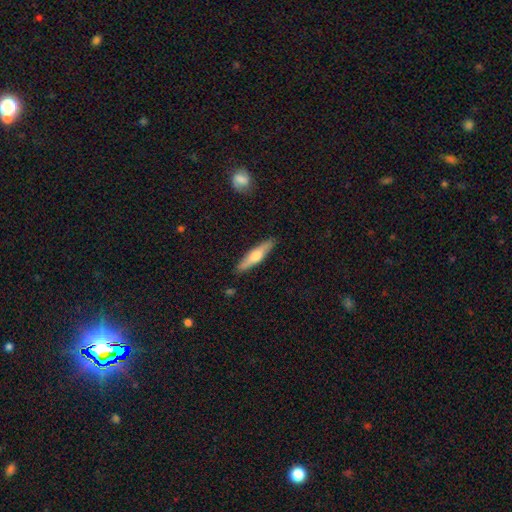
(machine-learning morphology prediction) This is possibly a smooth galaxy (50%). How rounded: clearly cigar-shaped (83%). Merging: clearly none (88%).